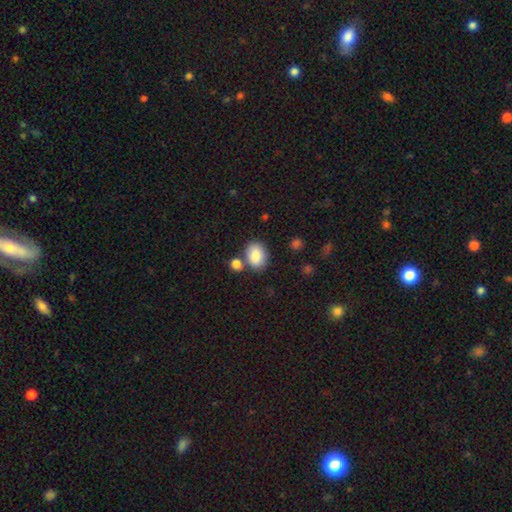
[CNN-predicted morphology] Smooth or featured? smooth (83%)
How rounded? in between (65%)
Merging? none (71%)